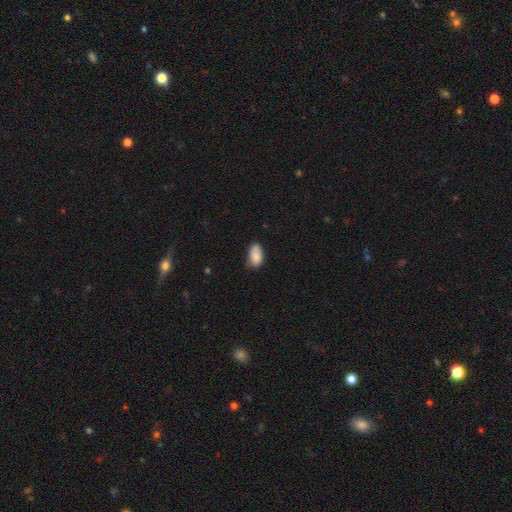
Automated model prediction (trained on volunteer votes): The model was most divided on "merging": none: 62%, minor disturbance: 31%, major disturbance: 5%, merger: 2%. More confident: how rounded — in between (93%); smooth or featured — smooth (86%).